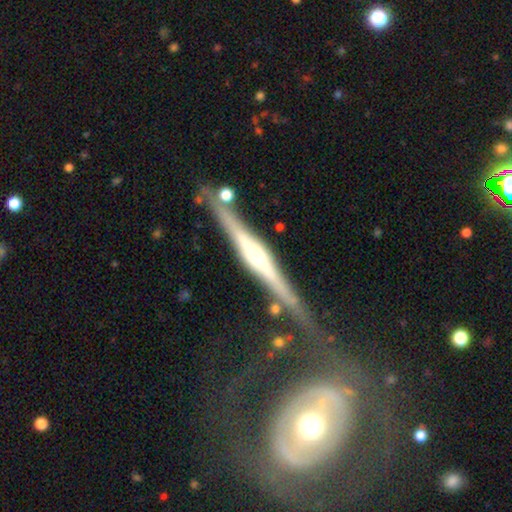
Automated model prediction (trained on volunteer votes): Smooth or featured? featured or disk (83%)
Edge-on disk? yes (96%)
Edge-on bulge? rounded (81%)
Merging? none (65%)